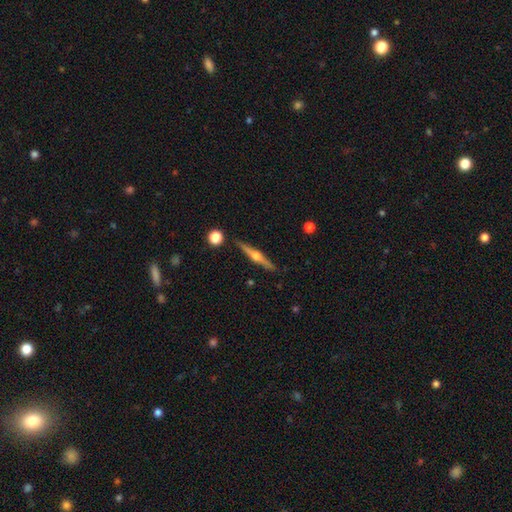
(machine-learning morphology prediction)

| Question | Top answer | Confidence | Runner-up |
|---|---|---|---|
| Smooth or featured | featured or disk | 74% | smooth (20%) |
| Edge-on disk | yes | 98% | no (2%) |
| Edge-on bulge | rounded | 93% | boxy (4%) |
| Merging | none | 89% | minor disturbance (7%) |